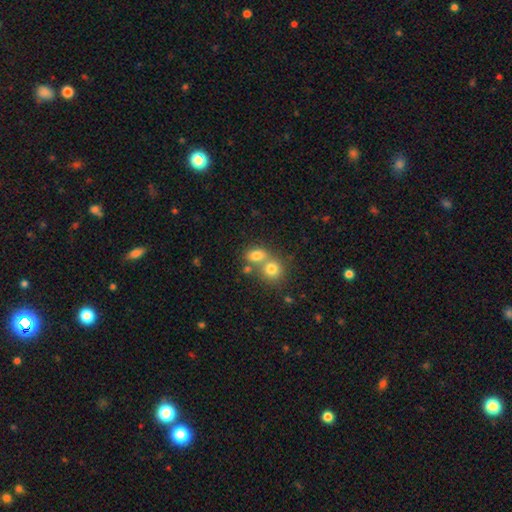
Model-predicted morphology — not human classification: This is likely a smooth galaxy (77%). How rounded: possibly in between (59%). Merging: possibly merger (48%).